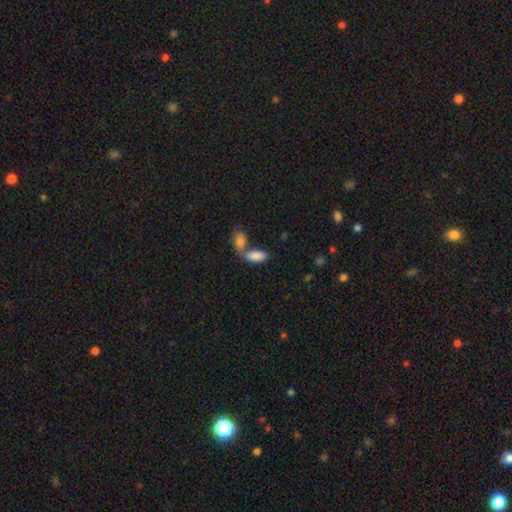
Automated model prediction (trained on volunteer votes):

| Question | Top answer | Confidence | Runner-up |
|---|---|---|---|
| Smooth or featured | smooth | 86% | featured or disk (7%) |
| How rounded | in between | 90% | cigar-shaped (7%) |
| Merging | merger | 55% | none (33%) |